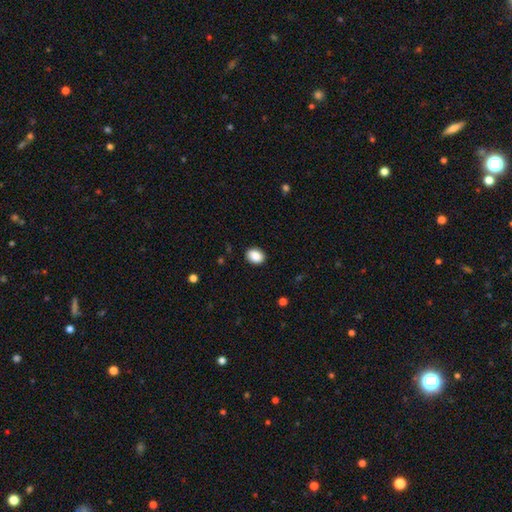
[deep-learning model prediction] smooth-or-featured: smooth: 88% | star or artifact: 8% | featured or disk: 4%
  how-rounded: in between: 68% | round: 31% | cigar-shaped: 1%
  merging: none: 89% | minor disturbance: 8% | major disturbance: 2% | merger: 1%